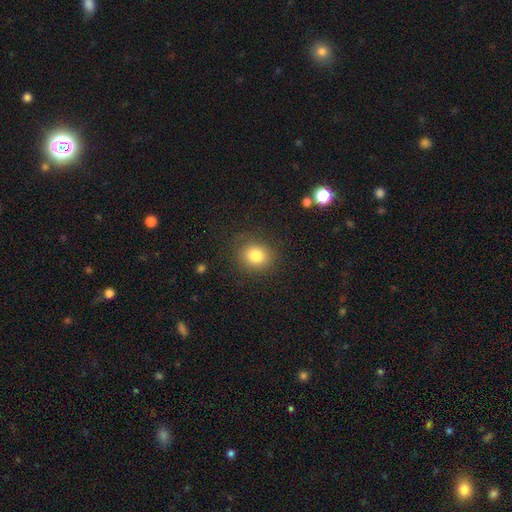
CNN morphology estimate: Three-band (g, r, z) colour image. It shows a smooth galaxy with no disk features (81%) that is round (74%). Merging: none (85%).